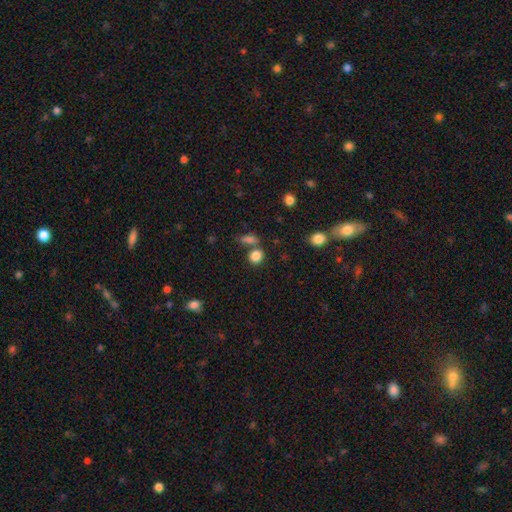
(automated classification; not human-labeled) Smooth or featured: smooth — 84% (star or artifact — 11%)
How rounded: round — 68% (in between — 31%)
Merging: none — 61% (merger — 24%)